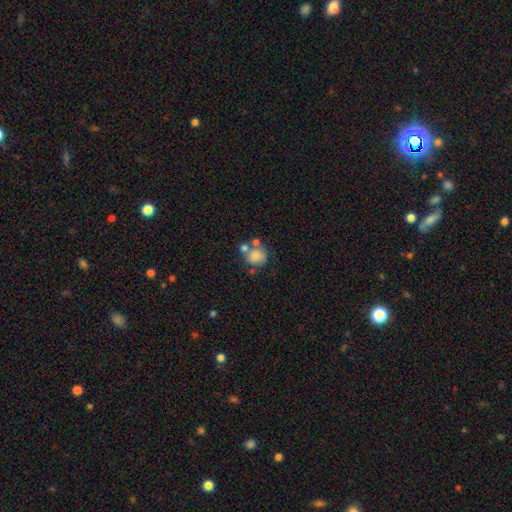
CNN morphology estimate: A smooth galaxy with no disk features (76%) that is round (79%). Merging: none (48%).